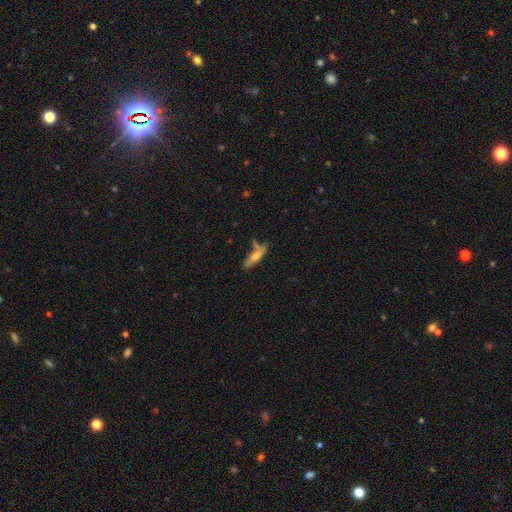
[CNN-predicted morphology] type=smooth (52%); roundness=cigar-shaped (66%); merging=none (52%).